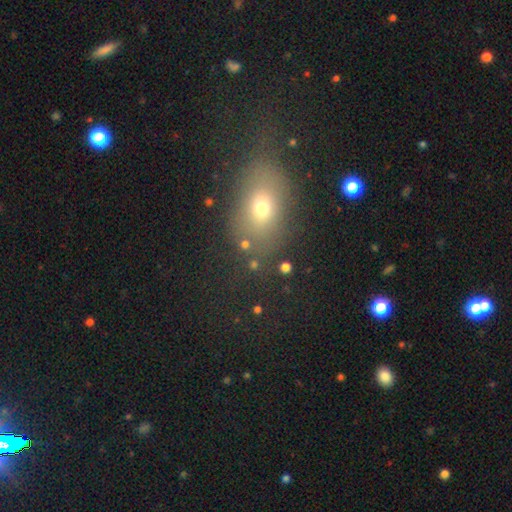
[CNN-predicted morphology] Overall: smooth (62%; star or artifact 22%). How rounded: in between (70%). Merging: none (71%).